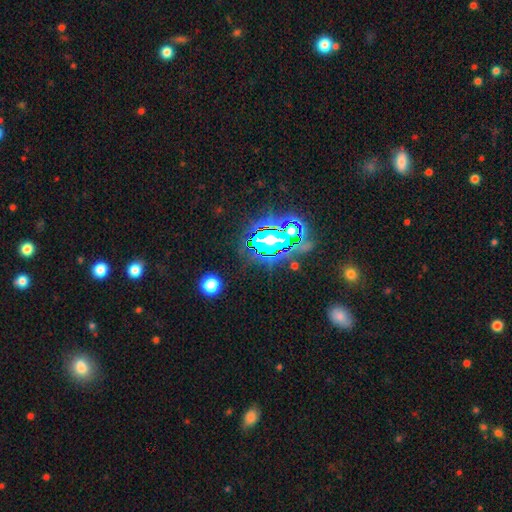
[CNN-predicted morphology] type=star or artifact (80%).